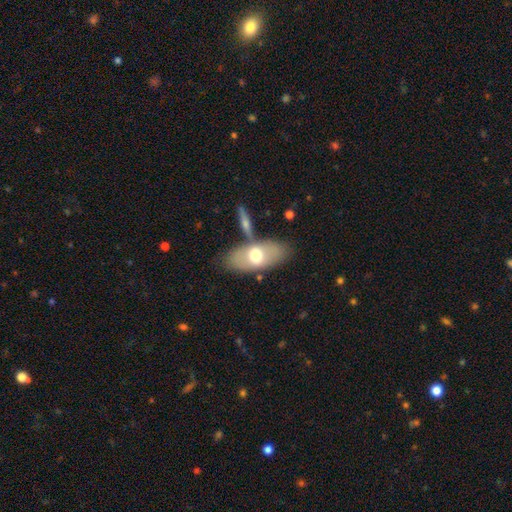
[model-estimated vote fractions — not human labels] A smooth galaxy with no disk features (60%) that is in between round and cigar-shaped (90%).

Vote fractions:
- Smooth or featured? smooth: 60% / featured or disk: 34% / star or artifact: 6%
- How rounded? in between: 90% / cigar-shaped: 6% / round: 4%
- Merging? none: 63% / merger: 20% / minor disturbance: 13% / major disturbance: 4%